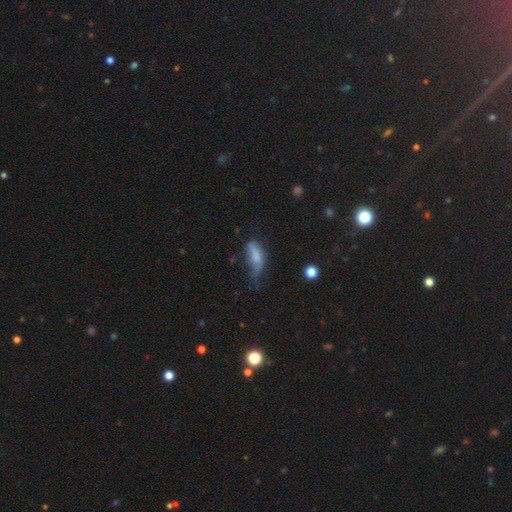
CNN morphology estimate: Smooth or featured? smooth (68%)
How rounded? in between (63%)
Merging? major disturbance (35%, tied with minor disturbance)